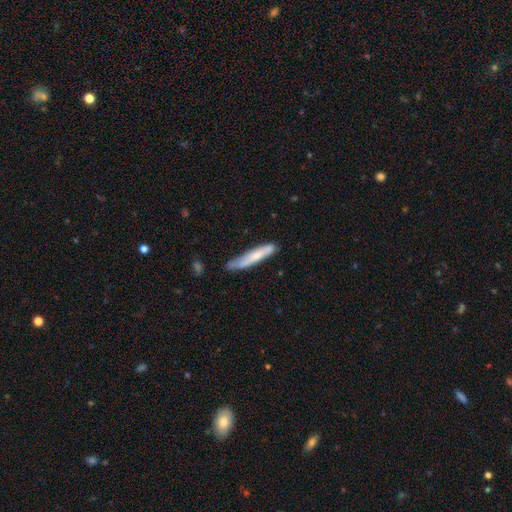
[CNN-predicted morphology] smooth-or-featured: smooth: 60% | featured or disk: 34% | star or artifact: 5%
  how-rounded: cigar-shaped: 92% | in between: 6% | round: 1%
  merging: none: 66% | minor disturbance: 25% | major disturbance: 5% | merger: 4%